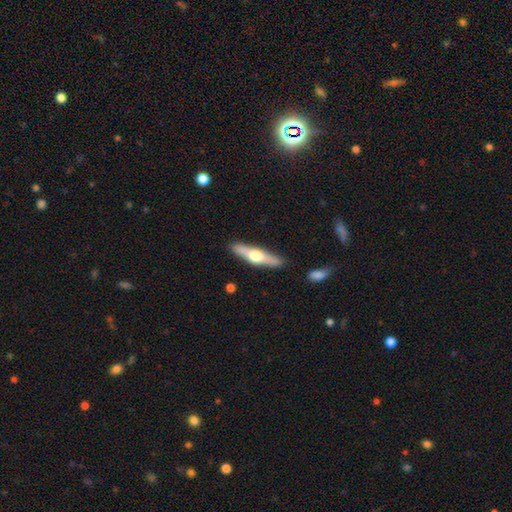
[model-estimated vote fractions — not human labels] This is possibly a featured or disk galaxy (55%). It is clearly viewed edge-on (92%). Edge-on bulge: clearly rounded (94%). Merging: clearly none (87%).